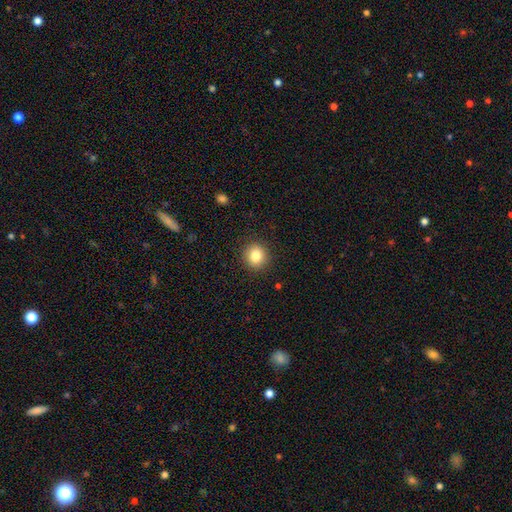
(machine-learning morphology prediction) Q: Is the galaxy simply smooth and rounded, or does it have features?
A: smooth — 84%.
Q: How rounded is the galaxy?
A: round — 84%.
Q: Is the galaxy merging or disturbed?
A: none — 90%.